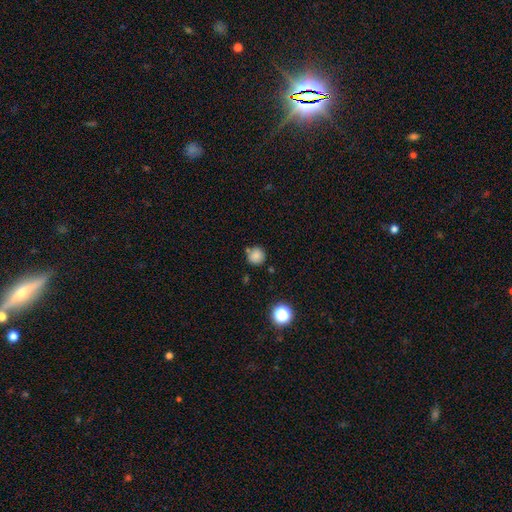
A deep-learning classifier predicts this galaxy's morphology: Smooth or featured?
  - smooth: 83% *
  - star or artifact: 12%
  - featured or disk: 5%
How rounded?
  - round: 92% *
  - in between: 7%
  - cigar-shaped: 1%
Merging?
  - none: 75% *
  - minor disturbance: 12%
  - merger: 9%
  - major disturbance: 3%